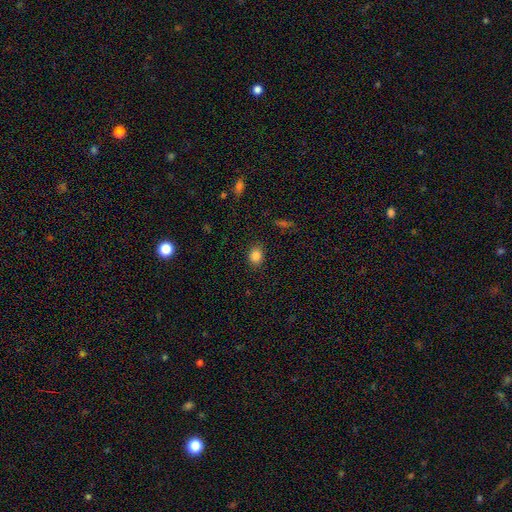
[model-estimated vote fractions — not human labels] smooth-or-featured: smooth: 85% | star or artifact: 11% | featured or disk: 4%
  how-rounded: round: 58% | in between: 41% | cigar-shaped: 1%
  merging: none: 87% | minor disturbance: 9% | major disturbance: 3% | merger: 1%